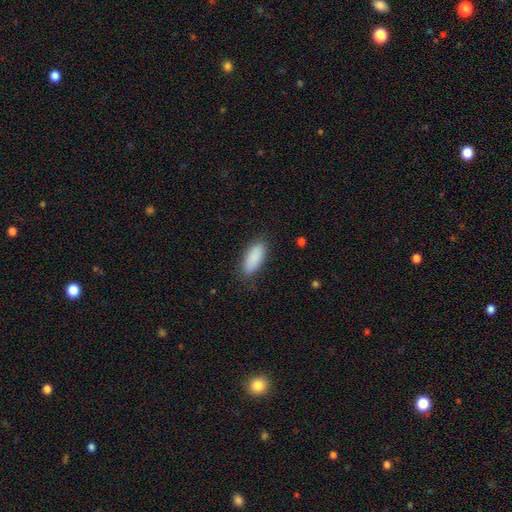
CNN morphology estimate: Smooth or featured?
  - smooth: 89% *
  - star or artifact: 6%
  - featured or disk: 4%
How rounded?
  - in between: 84% *
  - cigar-shaped: 14%
  - round: 2%
Merging?
  - none: 84% *
  - minor disturbance: 12%
  - major disturbance: 3%
  - merger: 1%